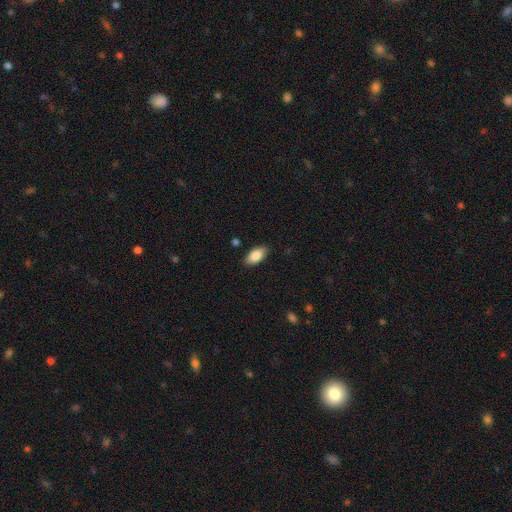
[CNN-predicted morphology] Smooth or featured: smooth — 86% (featured or disk — 7%)
How rounded: in between — 93% (cigar-shaped — 5%)
Merging: none — 86% (minor disturbance — 11%)